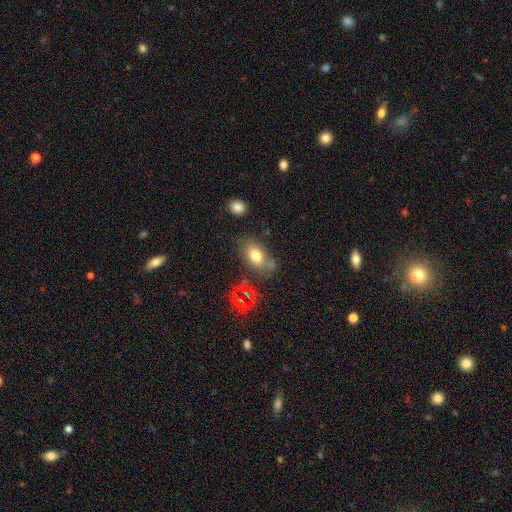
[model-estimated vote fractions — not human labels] This is likely a smooth galaxy (73%). How rounded: clearly in between (82%). Merging: likely none (68%).